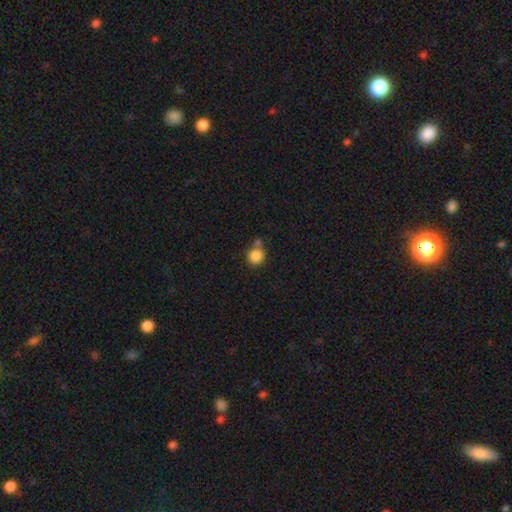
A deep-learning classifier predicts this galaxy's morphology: Smooth or featured? Predicted: smooth (p=0.86). How rounded? Predicted: round (p=0.92). Merging? Predicted: none (p=0.66).